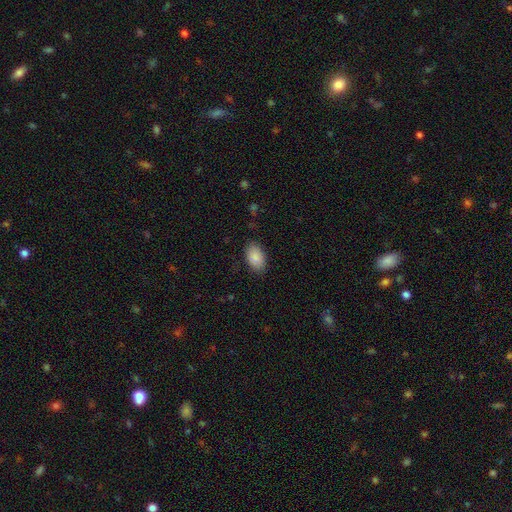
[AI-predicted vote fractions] This is clearly a smooth galaxy (89%). How rounded: clearly in between (92%). Merging: clearly none (84%).